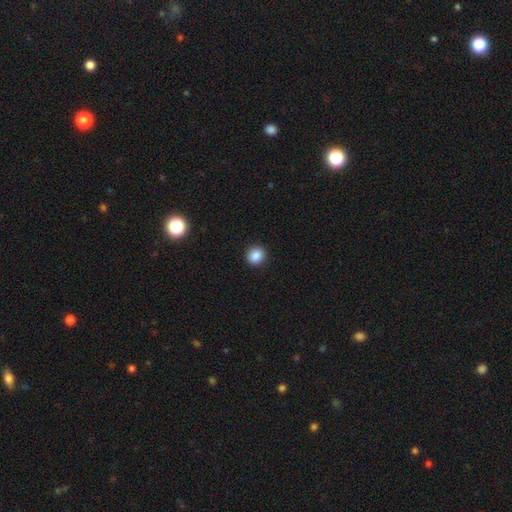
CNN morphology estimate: A smooth galaxy with no disk features (87%) that is round (90%).

Vote fractions:
- Smooth or featured? smooth: 87% / star or artifact: 10% / featured or disk: 3%
- How rounded? round: 90% / in between: 9% / cigar-shaped: 1%
- Merging? none: 92% / minor disturbance: 5% / major disturbance: 2% / merger: 1%